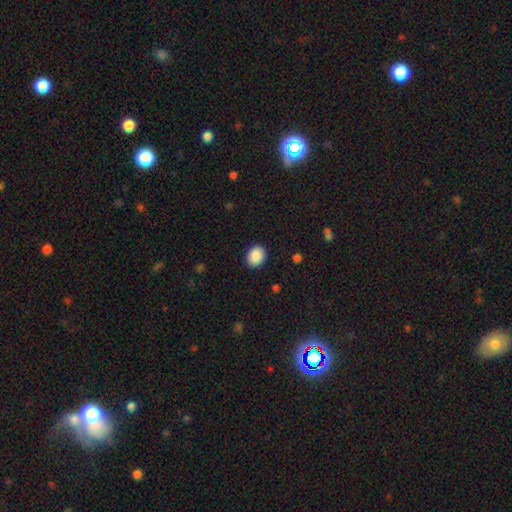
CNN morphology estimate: A smooth galaxy with no disk features (89%) that is round (52%). Merging: none (90%).